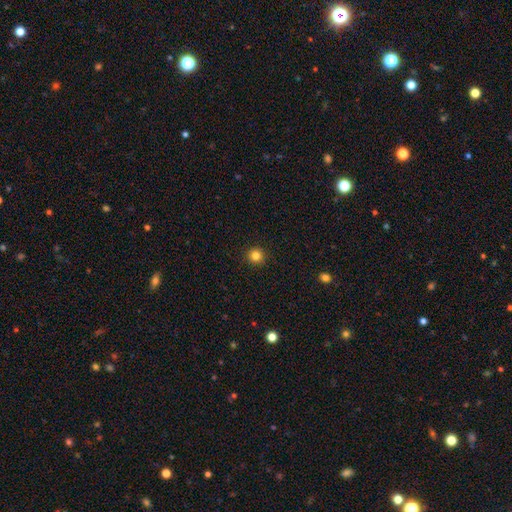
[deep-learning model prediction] This appears to be a smooth galaxy with no disk features (83%) that is round (95%). Merging: none (93%).